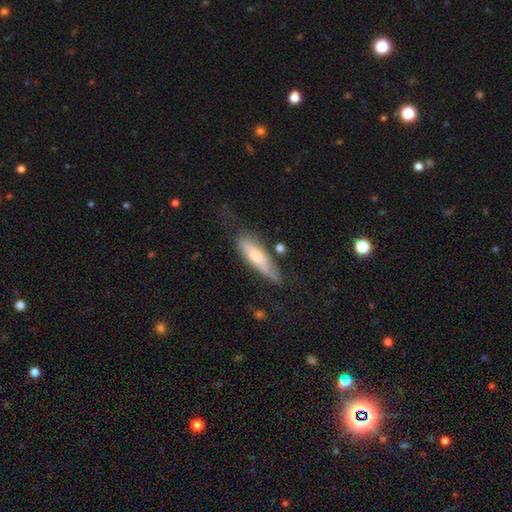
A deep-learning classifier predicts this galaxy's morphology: This is possibly a smooth galaxy (54%). How rounded: possibly cigar-shaped (58%). Merging: possibly none (53%).